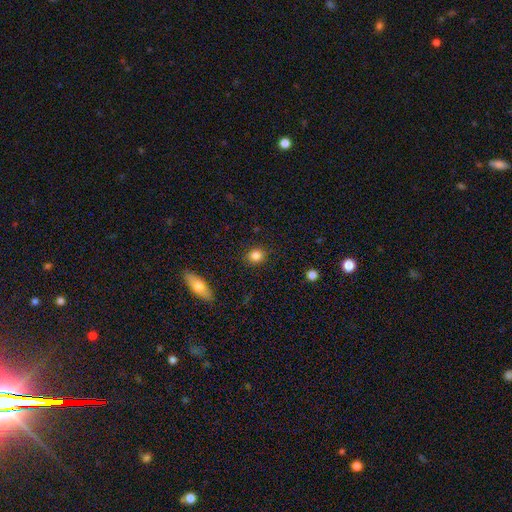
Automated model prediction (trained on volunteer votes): This appears to be a smooth galaxy with no disk features (84%) that is round (77%). Merging: none (87%).